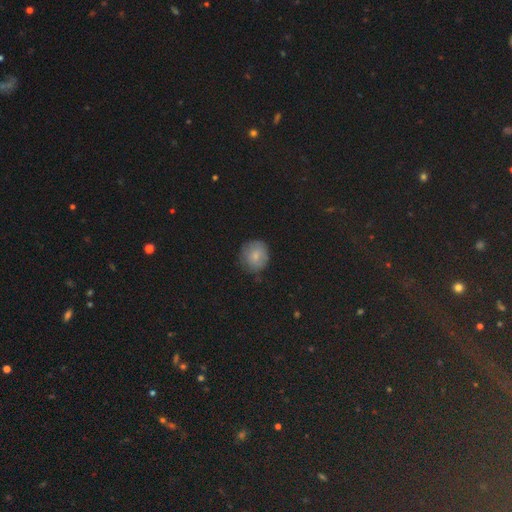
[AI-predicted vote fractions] The model was most divided on "merging": none: 76%, minor disturbance: 18%, major disturbance: 4%, merger: 1%. More confident: how rounded — round (85%); smooth or featured — smooth (76%).